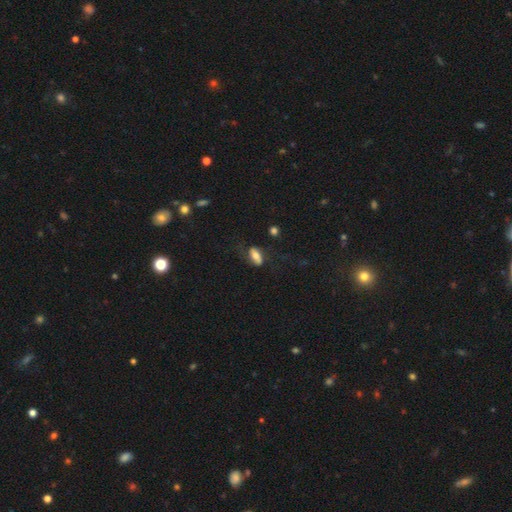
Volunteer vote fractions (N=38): A smooth galaxy with no disk features (76%) that is in between round and cigar-shaped (93%). Merging: none (54%).